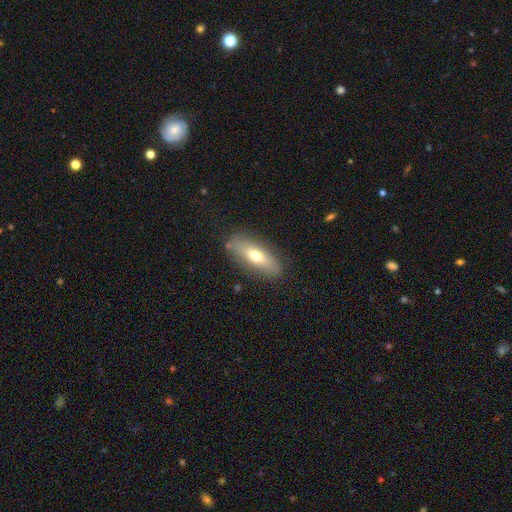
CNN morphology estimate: A smooth galaxy with no disk features (62%) that is in between round and cigar-shaped (60%).

Vote fractions:
- Smooth or featured? smooth: 62% / featured or disk: 31% / star or artifact: 7%
- How rounded? in between: 60% / cigar-shaped: 37% / round: 3%
- Merging? none: 83% / minor disturbance: 12% / major disturbance: 3% / merger: 2%